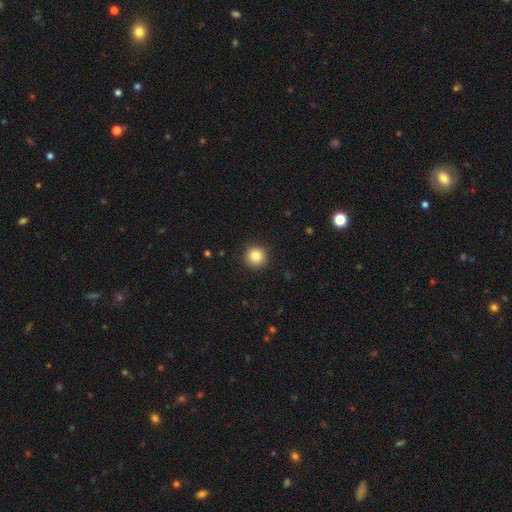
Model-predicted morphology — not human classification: smooth_or_featured: smooth (p=0.84) [alt: star or artifact p=0.10]
how_rounded: round (p=0.95) [alt: in between p=0.04]
merging: none (p=0.92) [alt: minor disturbance p=0.05]